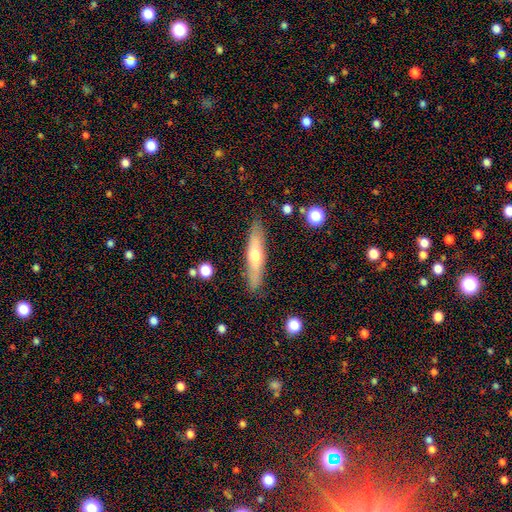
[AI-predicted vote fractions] Smooth or featured: featured or disk — 47% (smooth — 46%)
Merging: none — 88% (minor disturbance — 9%)